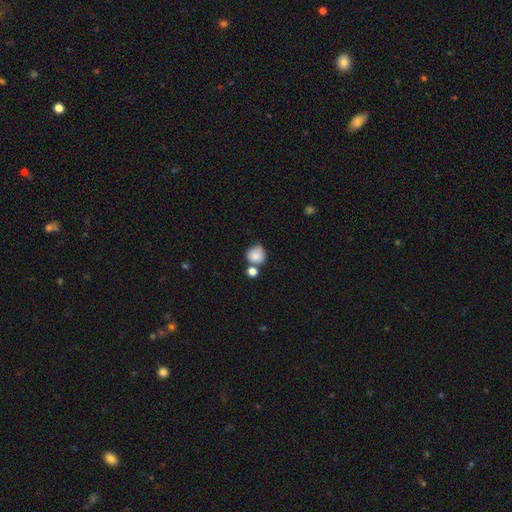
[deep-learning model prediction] A smooth galaxy with no disk features (83%) that is round (84%).

Vote fractions:
- Smooth or featured? smooth: 83% / star or artifact: 9% / featured or disk: 8%
- How rounded? round: 84% / in between: 15% / cigar-shaped: 1%
- Merging? none: 48% / merger: 27% / minor disturbance: 19% / major disturbance: 6%